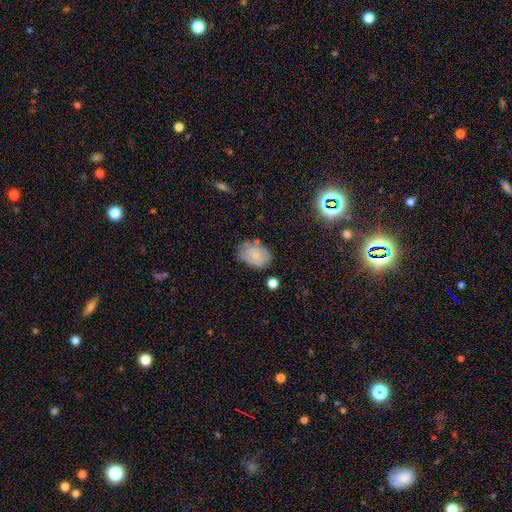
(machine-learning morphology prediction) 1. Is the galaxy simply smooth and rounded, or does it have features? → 63% smooth, 28% featured or disk, 9% star or artifact.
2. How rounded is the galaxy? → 83% in between, 16% round, 1% cigar-shaped.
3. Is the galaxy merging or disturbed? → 67% none, 23% minor disturbance, 6% major disturbance, 5% merger.